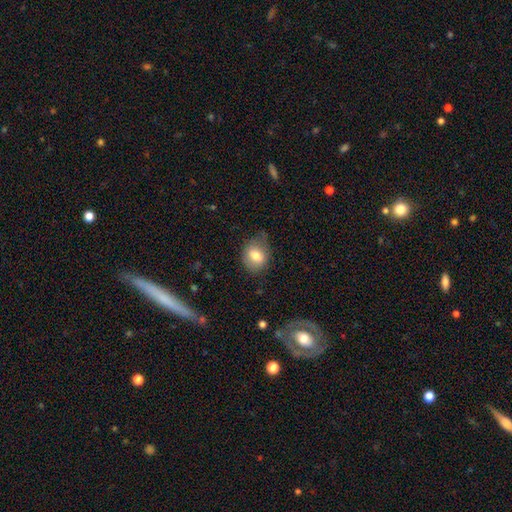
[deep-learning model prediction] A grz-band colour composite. It shows a smooth galaxy with no disk features (76%) that is in between round and cigar-shaped (50%). Merging: none (60%).